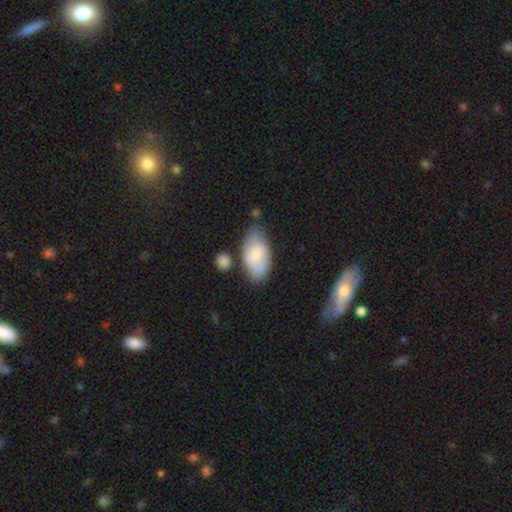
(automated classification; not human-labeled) Overall: smooth (71%). How rounded: in between (94%). Merging: none (62%).